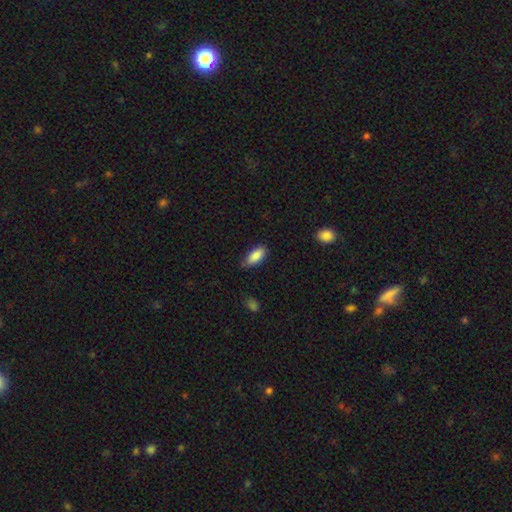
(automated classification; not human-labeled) Morphology: type=smooth (87%); roundness=in between (87%); merging=none (68%).